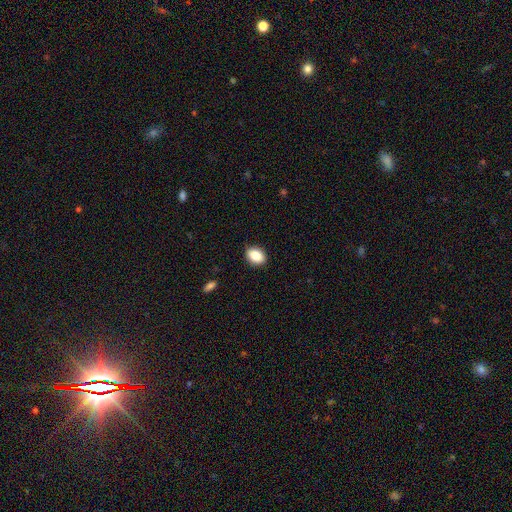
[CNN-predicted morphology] This appears to be a smooth galaxy with no disk features (85%) that is in between round and cigar-shaped (71%). Merging: none (89%).